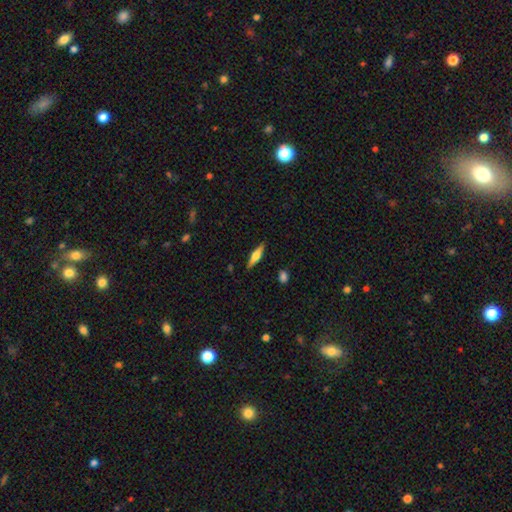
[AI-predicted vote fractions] Q: Smooth or featured?
A: featured or disk (54%); runner-up: smooth (40%)
Q: Edge-on disk?
A: yes (95%); runner-up: no (5%)
Q: Edge-on bulge?
A: rounded (88%); runner-up: boxy (9%)
Q: Merging?
A: none (89%); runner-up: minor disturbance (8%)